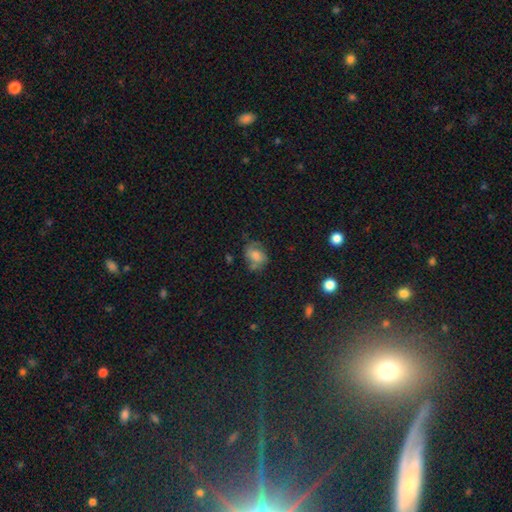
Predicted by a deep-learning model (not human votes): The model was most divided on "merging": none: 48%, minor disturbance: 29%, major disturbance: 15%, merger: 8%. More confident: how rounded — in between (66%); smooth or featured — smooth (64%).